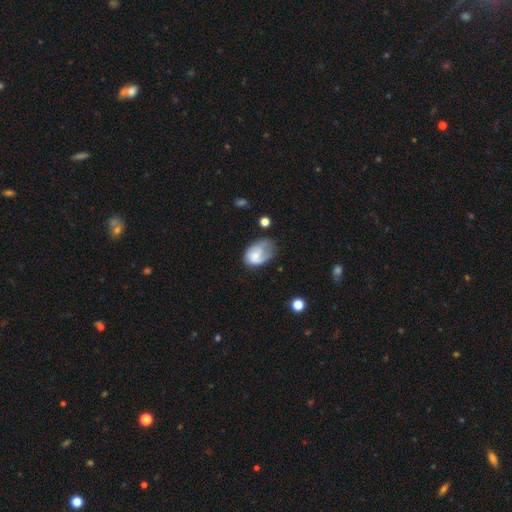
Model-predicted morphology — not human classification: smooth-or-featured: smooth: 56% | featured or disk: 37% | star or artifact: 8%
  how-rounded: in between: 78% | round: 21% | cigar-shaped: 1%
  merging: minor disturbance: 36% | major disturbance: 31% | none: 29% | merger: 4%